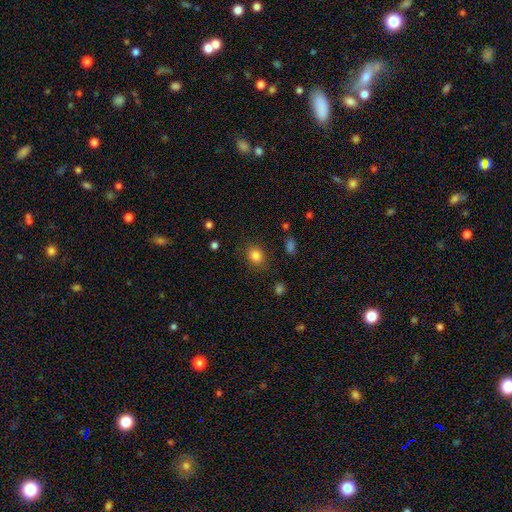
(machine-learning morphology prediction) smooth-or-featured: smooth: 83% | star or artifact: 12% | featured or disk: 5%
  how-rounded: round: 58% | in between: 41% | cigar-shaped: 1%
  merging: none: 84% | minor disturbance: 11% | major disturbance: 4% | merger: 2%